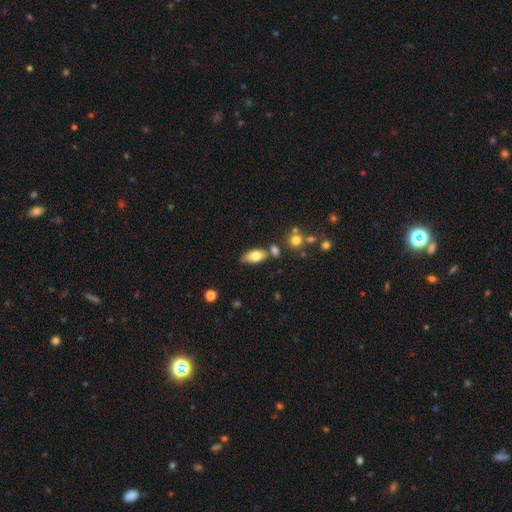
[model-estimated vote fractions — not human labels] The model was most divided on "merging": none: 62%, minor disturbance: 19%, merger: 15%, major disturbance: 5%. More confident: how rounded — in between (89%); smooth or featured — smooth (74%).